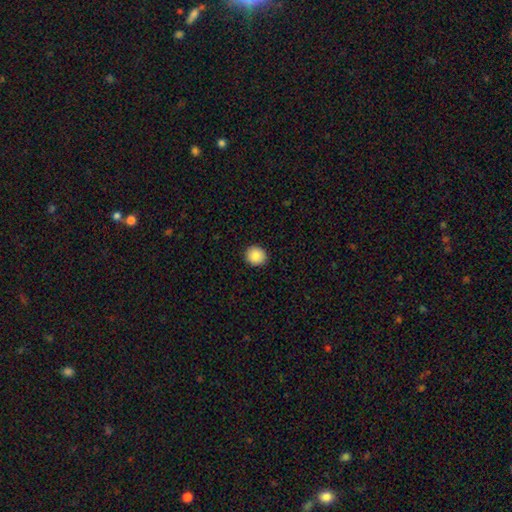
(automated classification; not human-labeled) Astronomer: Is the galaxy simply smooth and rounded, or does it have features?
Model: smooth — 89%.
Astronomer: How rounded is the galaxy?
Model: round — 89%.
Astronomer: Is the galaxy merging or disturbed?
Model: none — 93%.